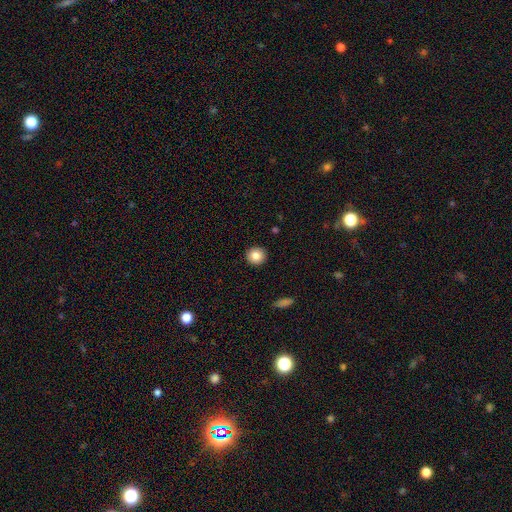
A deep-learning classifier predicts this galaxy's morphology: Overall: smooth (85%). How rounded: round (92%). Merging: none (92%).